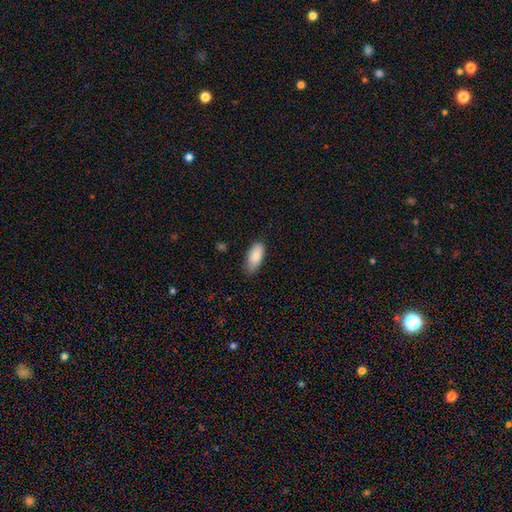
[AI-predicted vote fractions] Smooth or featured: smooth — 86% (featured or disk — 8%)
How rounded: in between — 90% (cigar-shaped — 8%)
Merging: none — 76% (minor disturbance — 20%)